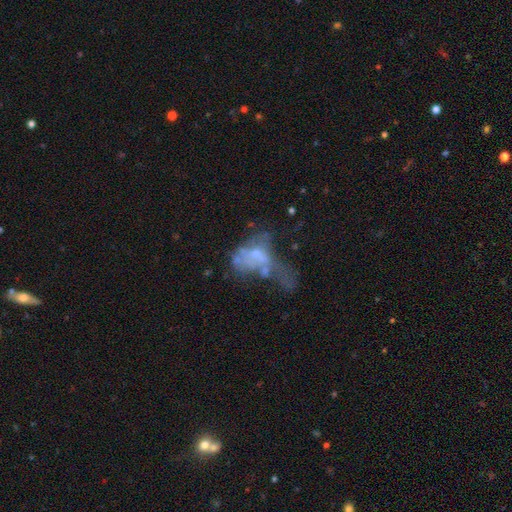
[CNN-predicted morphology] smooth-or-featured: featured or disk: 54% | smooth: 29% | star or artifact: 18%
  disk-edge-on: no: 96% | yes: 4%
    bar: no: 89% | weak: 9% | strong: 2%
    has-spiral-arms: no: 92% | yes: 8%
    bulge-size: none: 53% | small: 28% | moderate: 16% | large: 3% | dominant: 1%
  merging: major disturbance: 39% | merger: 35% | none: 15% | minor disturbance: 11%